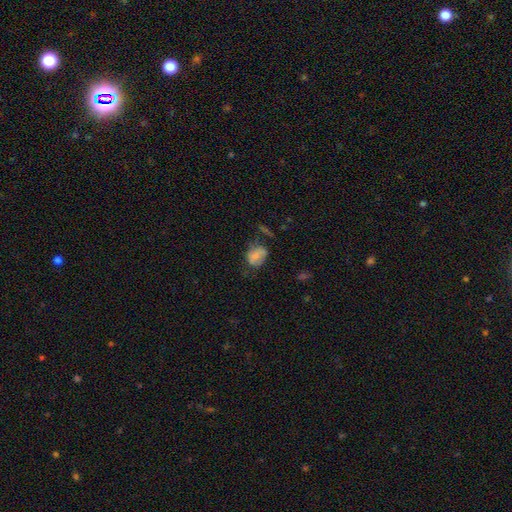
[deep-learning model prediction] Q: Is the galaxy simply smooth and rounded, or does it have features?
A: smooth — 68%.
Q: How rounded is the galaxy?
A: in between — 63%.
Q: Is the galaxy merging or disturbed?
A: none — 45%.